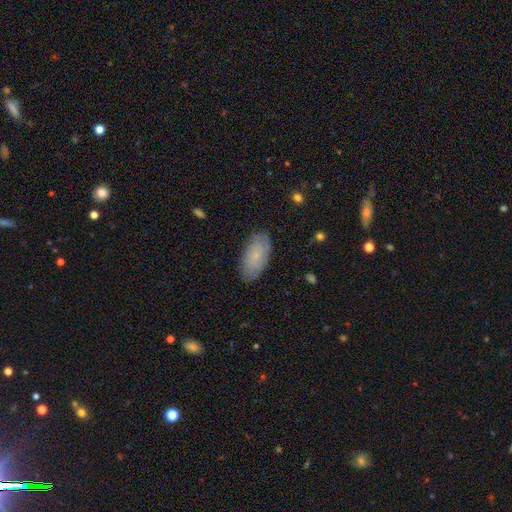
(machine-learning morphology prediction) Smooth or featured? smooth (66%)
How rounded? in between (92%)
Merging? none (83%)